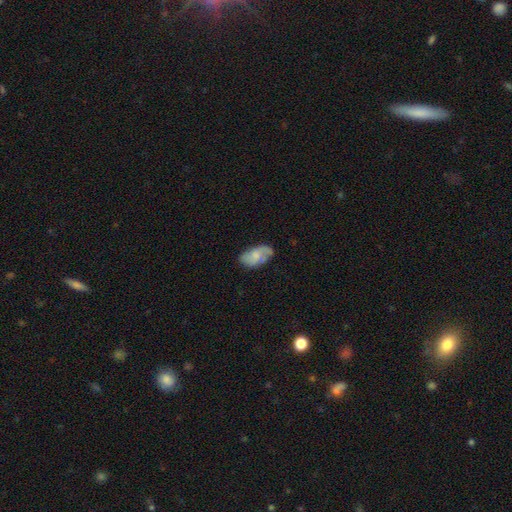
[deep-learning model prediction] This is possibly a smooth galaxy (55%). How rounded: clearly in between (93%). Merging: likely none (63%).